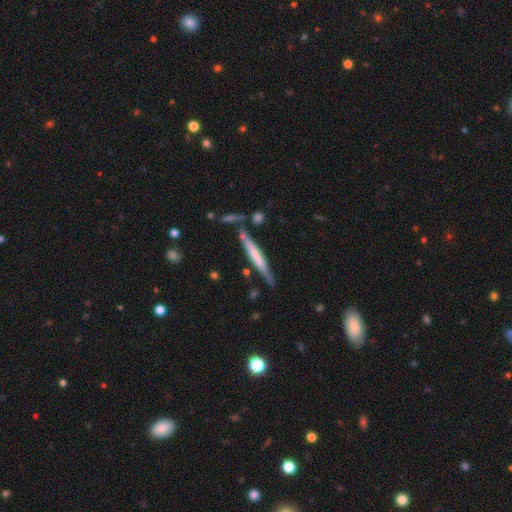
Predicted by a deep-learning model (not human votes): This is possibly a smooth galaxy (50%). Merging: likely none (73%).